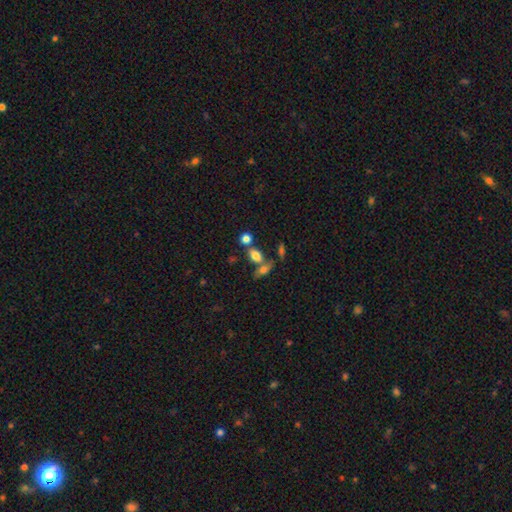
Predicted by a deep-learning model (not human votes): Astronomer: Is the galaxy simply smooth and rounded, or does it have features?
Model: smooth — 75%.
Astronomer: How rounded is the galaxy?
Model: in between — 68%.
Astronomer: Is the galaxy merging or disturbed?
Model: none — 48% (runner-up: merger, 34%).